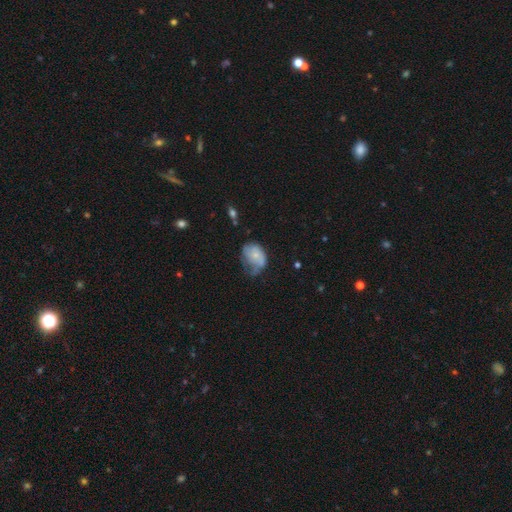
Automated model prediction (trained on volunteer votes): A smooth galaxy with no disk features (56%) that is in between round and cigar-shaped (73%). Merging: minor disturbance (38%).